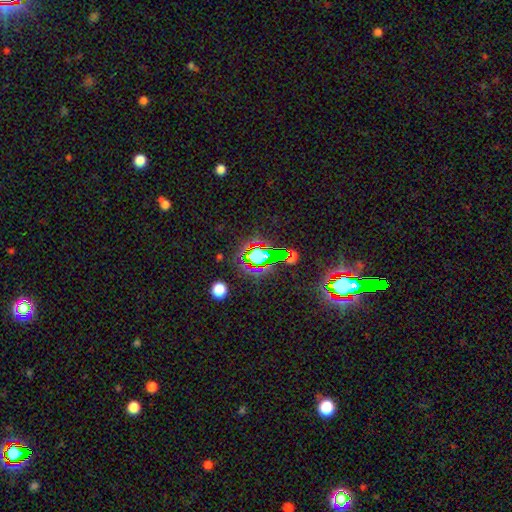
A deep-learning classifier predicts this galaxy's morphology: Smooth or featured: star or artifact — 64% (smooth — 22%)